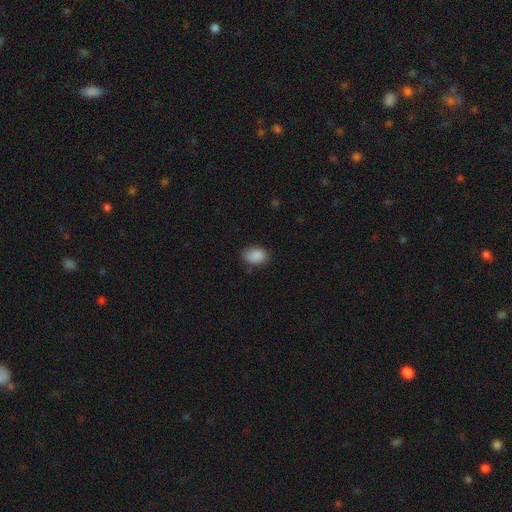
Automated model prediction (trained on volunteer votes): A smooth galaxy with no disk features (88%) that is in between round and cigar-shaped (81%).

Vote fractions:
- Smooth or featured? smooth: 88% / star or artifact: 8% / featured or disk: 4%
- How rounded? in between: 81% / round: 18% / cigar-shaped: 1%
- Merging? none: 77% / minor disturbance: 18% / major disturbance: 4% / merger: 1%